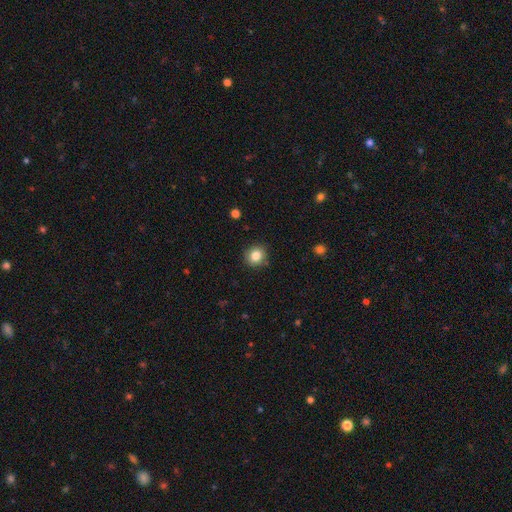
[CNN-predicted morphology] The model was most divided on "how rounded": round: 84%, in between: 15%, cigar-shaped: 1%. More confident: merging — none (88%); smooth or featured — smooth (83%).